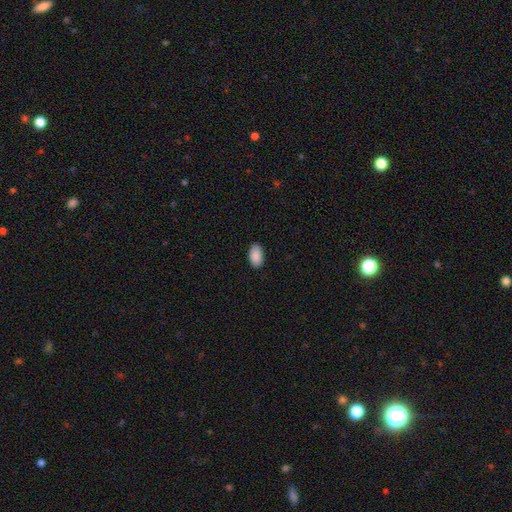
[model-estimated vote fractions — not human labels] A smooth galaxy with no disk features (90%) that is in between round and cigar-shaped (95%).

Vote fractions:
- Smooth or featured? smooth: 90% / star or artifact: 6% / featured or disk: 3%
- How rounded? in between: 95% / round: 4% / cigar-shaped: 1%
- Merging? none: 88% / minor disturbance: 9% / major disturbance: 2% / merger: 1%